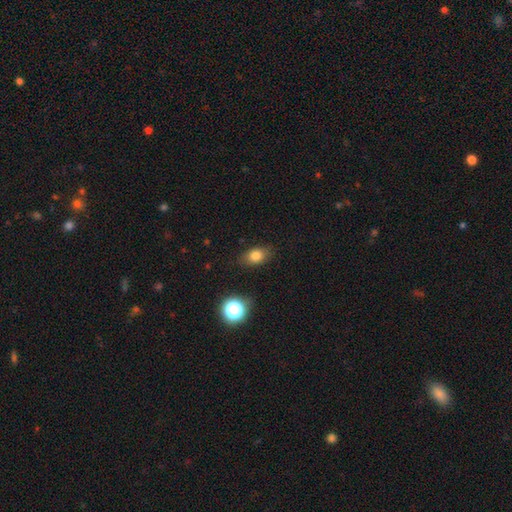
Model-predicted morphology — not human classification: smooth_or_featured: smooth (p=0.78) [alt: star or artifact p=0.13]
how_rounded: in between (p=0.76) [alt: round p=0.22]
merging: none (p=0.83) [alt: minor disturbance p=0.12]